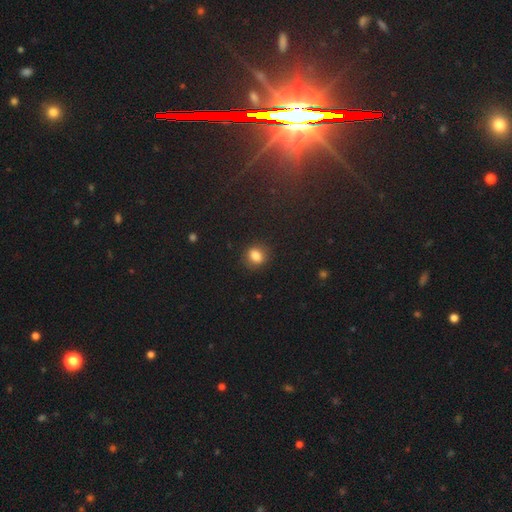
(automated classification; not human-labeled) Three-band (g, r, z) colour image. It shows a smooth galaxy with no disk features (82%) that is round (52%). Merging: none (86%).